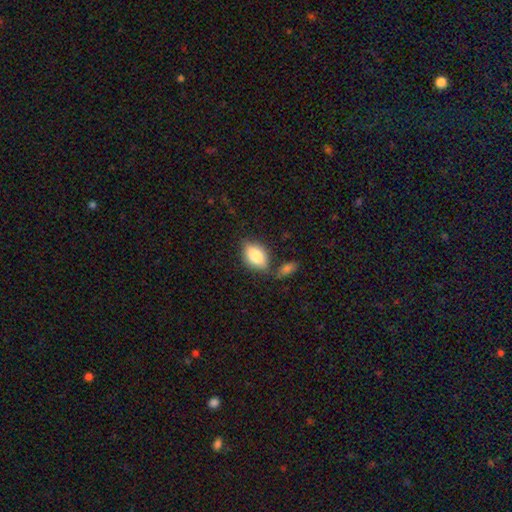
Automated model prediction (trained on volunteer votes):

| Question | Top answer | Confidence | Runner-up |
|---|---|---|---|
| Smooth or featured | smooth | 80% | featured or disk (13%) |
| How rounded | in between | 86% | round (11%) |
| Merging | none | 67% | minor disturbance (17%) |